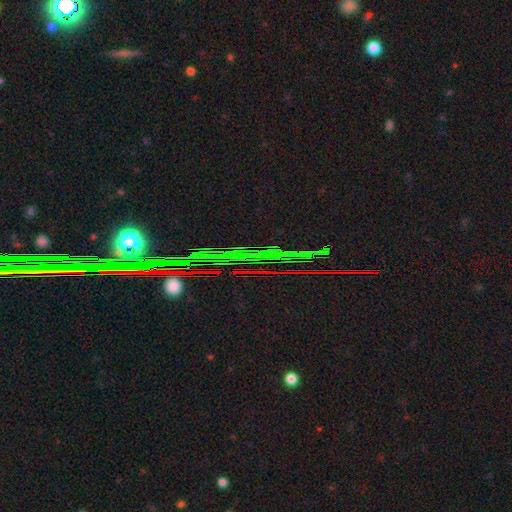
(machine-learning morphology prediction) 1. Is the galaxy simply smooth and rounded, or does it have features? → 84% star or artifact, 8% featured or disk, 8% smooth.